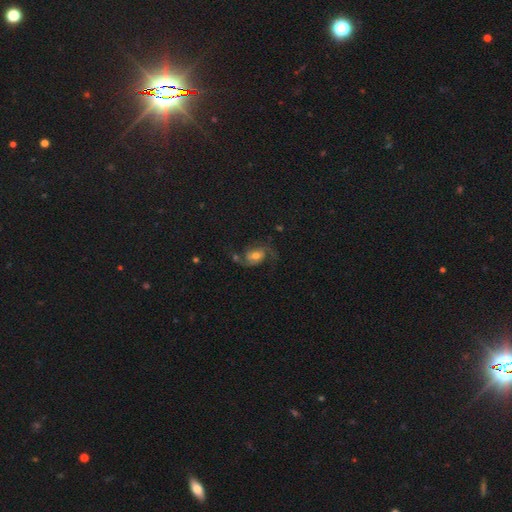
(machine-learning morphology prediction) Smooth or featured: featured or disk — 73% (smooth — 18%)
Edge-on disk: no — 97% (yes — 3%)
Bar: no — 55% (weak — 33%)
Spiral arms: yes — 91% (no — 9%)
Spiral winding: loose — 54% (medium — 36%)
Spiral arm count: 2 — 90% (1 — 3%)
Bulge size: moderate — 70% (small — 14%)
Merging: none — 61% (minor disturbance — 18%)